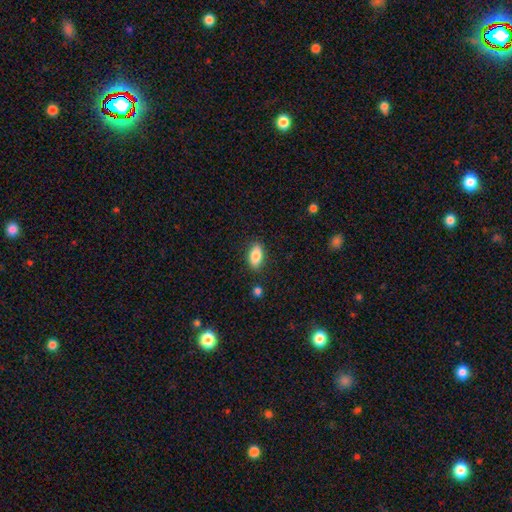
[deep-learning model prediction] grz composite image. It shows a smooth galaxy with no disk features (84%) that is in between round and cigar-shaped (88%). Merging: none (85%).